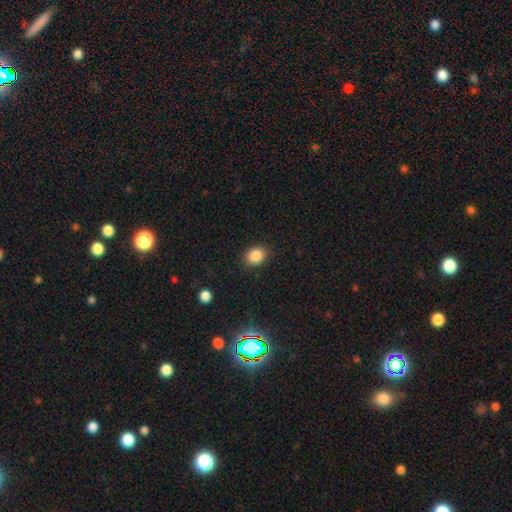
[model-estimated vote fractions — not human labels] Smooth or featured: smooth — 86% (star or artifact — 9%)
How rounded: in between — 58% (round — 41%)
Merging: none — 87% (minor disturbance — 9%)